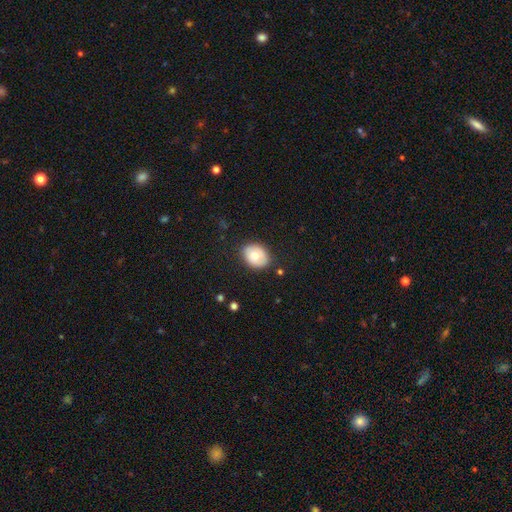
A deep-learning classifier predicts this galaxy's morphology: Smooth or featured?
  - smooth: 68% *
  - featured or disk: 25%
  - star or artifact: 8%
How rounded?
  - in between: 60% *
  - round: 39%
  - cigar-shaped: 1%
Merging?
  - none: 84% *
  - minor disturbance: 12%
  - major disturbance: 3%
  - merger: 1%